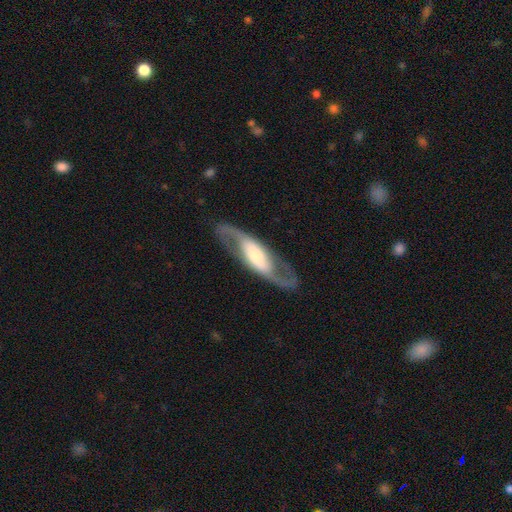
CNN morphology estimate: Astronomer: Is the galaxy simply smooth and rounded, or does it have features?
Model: featured or disk — 81%.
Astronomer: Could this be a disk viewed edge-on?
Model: no — 85%.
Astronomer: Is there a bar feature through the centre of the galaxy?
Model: no — 36% (runner-up: strong, 33%).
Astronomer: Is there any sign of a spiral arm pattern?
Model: yes — 90%.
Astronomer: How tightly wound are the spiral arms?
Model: loose — 44% (runner-up: medium, 43%).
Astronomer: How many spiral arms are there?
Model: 2 — 92%.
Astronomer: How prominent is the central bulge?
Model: moderate — 39% (runner-up: large, 31%).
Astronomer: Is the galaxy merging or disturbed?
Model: none — 81%.